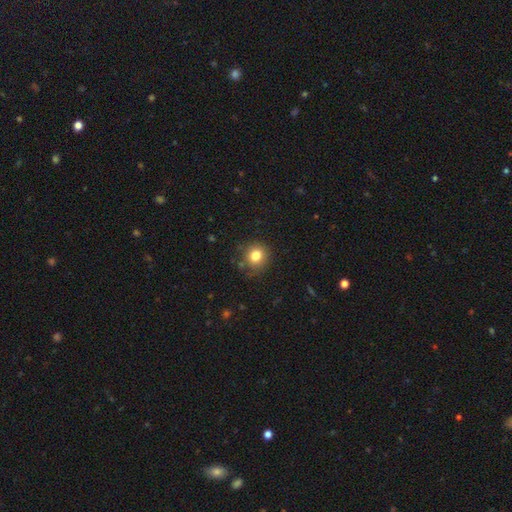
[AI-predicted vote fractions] Smooth or featured? smooth (80%)
How rounded? round (89%)
Merging? none (84%)